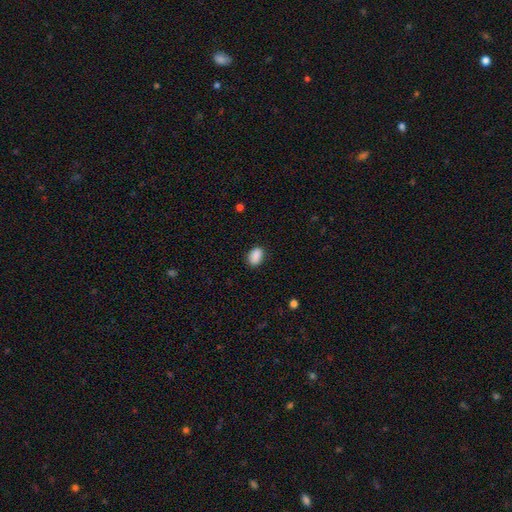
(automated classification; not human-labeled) The model was most divided on "how rounded": in between: 84%, round: 14%, cigar-shaped: 1%. More confident: smooth or featured — smooth (89%); merging — none (85%).